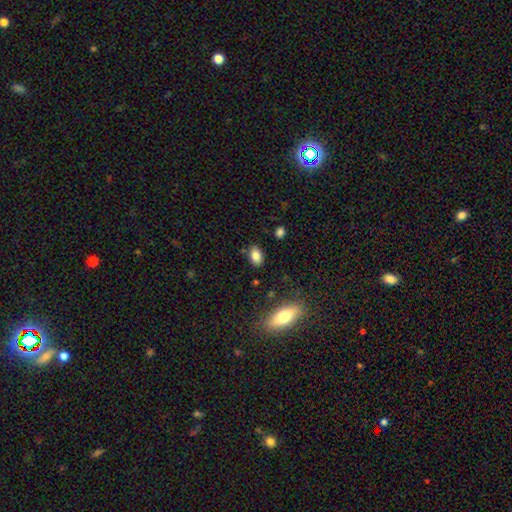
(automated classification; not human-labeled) Smooth or featured?
  - smooth: 84% *
  - star or artifact: 9%
  - featured or disk: 7%
How rounded?
  - in between: 86% *
  - round: 12%
  - cigar-shaped: 2%
Merging?
  - none: 84% *
  - minor disturbance: 11%
  - major disturbance: 3%
  - merger: 2%